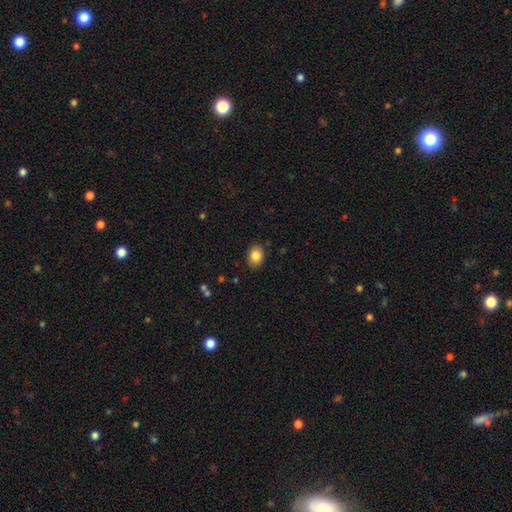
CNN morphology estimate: Smooth or featured: smooth — 85% (star or artifact — 8%)
How rounded: in between — 63% (round — 36%)
Merging: none — 88% (minor disturbance — 9%)